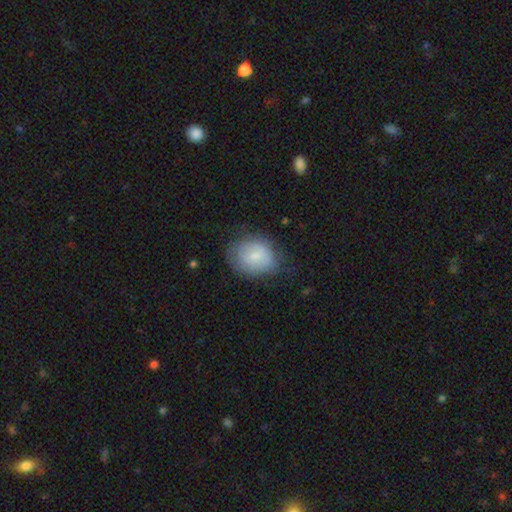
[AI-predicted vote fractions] Overall: smooth (70%). How rounded: in between (51%; round 48%). Merging: none (63%; minor disturbance 27%).